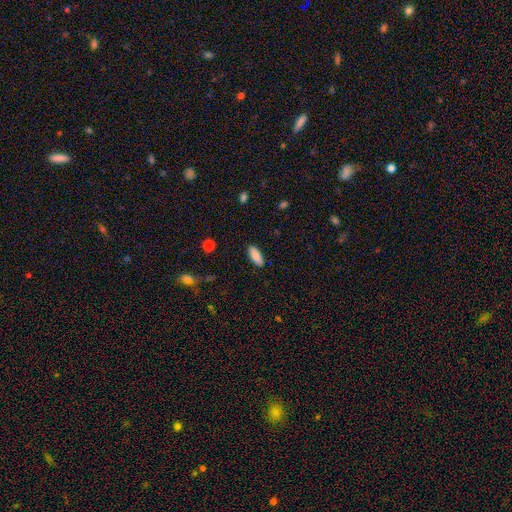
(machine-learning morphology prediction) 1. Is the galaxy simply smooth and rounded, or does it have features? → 84% smooth, 10% featured or disk, 6% star or artifact.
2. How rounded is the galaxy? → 75% in between, 23% cigar-shaped, 2% round.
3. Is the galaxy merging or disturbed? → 88% none, 9% minor disturbance, 2% major disturbance, 1% merger.